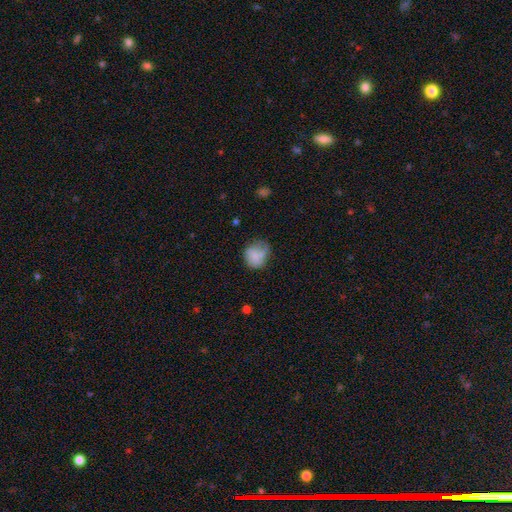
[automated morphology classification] This is likely a smooth galaxy (72%). How rounded: likely round (66%). Merging: possibly none (48%).